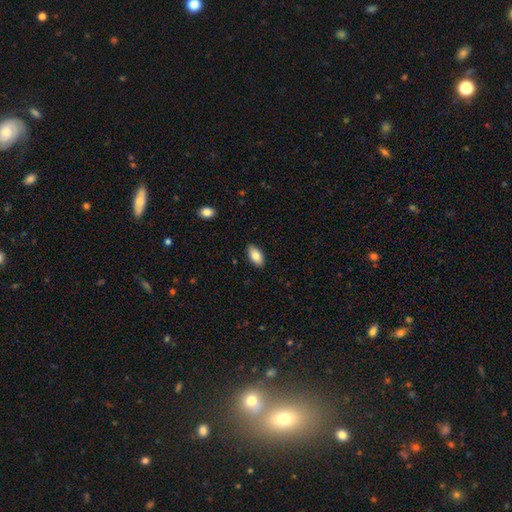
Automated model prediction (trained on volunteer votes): A smooth galaxy with no disk features (83%) that is in between round and cigar-shaped (93%). Merging: none (89%).